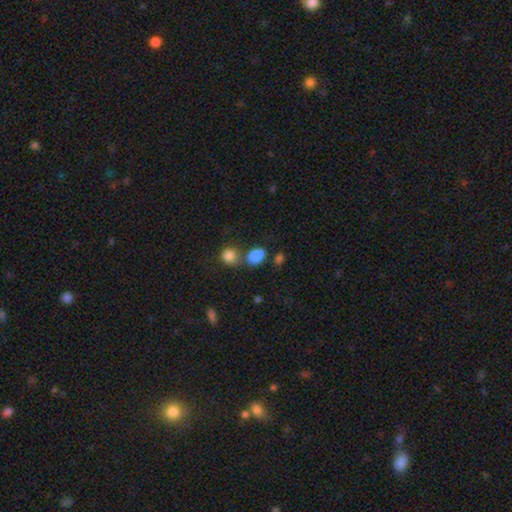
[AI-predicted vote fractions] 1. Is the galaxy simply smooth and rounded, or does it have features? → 84% smooth, 11% star or artifact, 6% featured or disk.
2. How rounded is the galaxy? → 75% in between, 24% round, 2% cigar-shaped.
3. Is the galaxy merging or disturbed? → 49% none, 29% merger, 15% minor disturbance, 6% major disturbance.